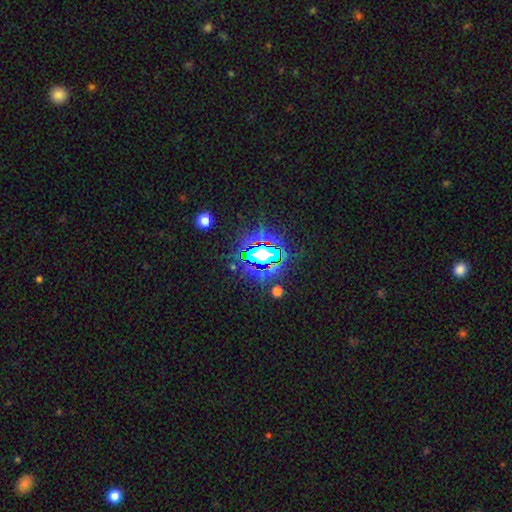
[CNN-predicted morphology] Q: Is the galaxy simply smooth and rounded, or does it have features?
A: star or artifact — 80%.